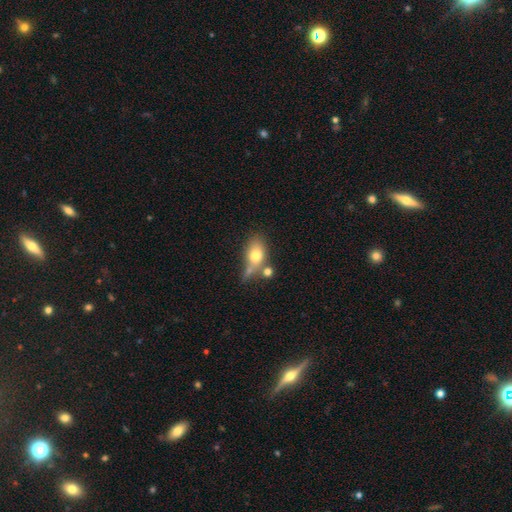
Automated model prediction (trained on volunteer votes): Morphology: type=smooth (71%); roundness=in between (76%); merging=none (38%).